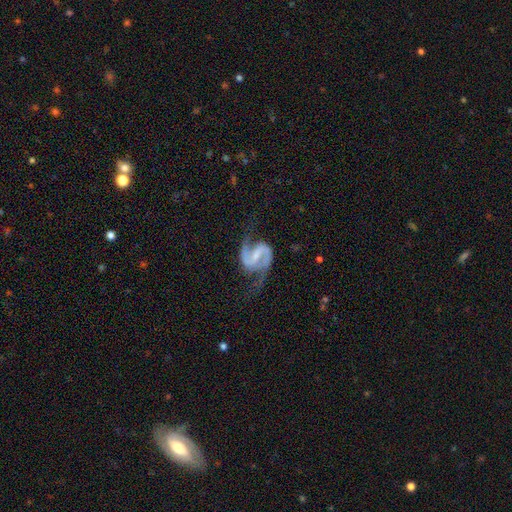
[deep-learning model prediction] A featured or disk galaxy (92%) with a strong bar (45%), 2 (94%) medium (55%) spiral arms (98%) and a small central bulge (48%). Merging: none (70%).